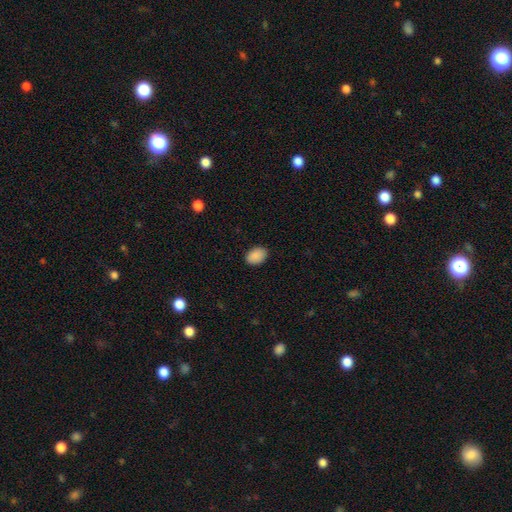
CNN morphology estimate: This appears to be a smooth galaxy with no disk features (90%) that is in between round and cigar-shaped (83%). Merging: none (89%).